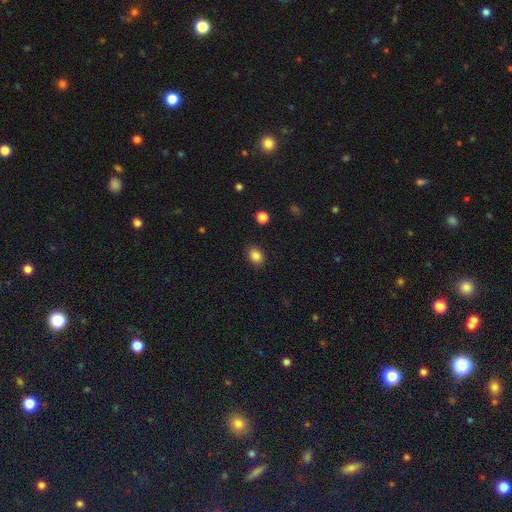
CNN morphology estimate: Smooth or featured: smooth — 85% (star or artifact — 10%)
How rounded: in between — 57% (round — 42%)
Merging: none — 89% (minor disturbance — 8%)